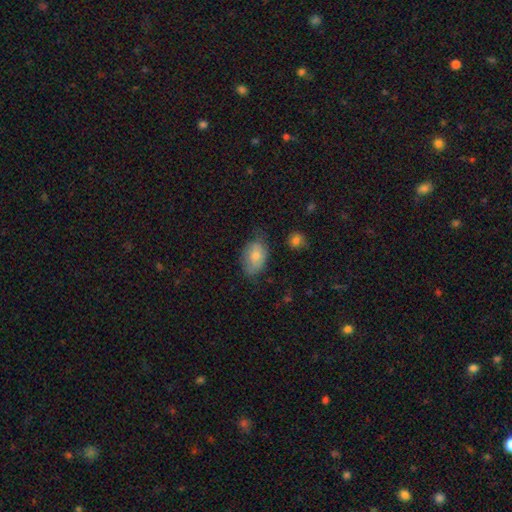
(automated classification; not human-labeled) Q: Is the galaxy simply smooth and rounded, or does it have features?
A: smooth — 71%.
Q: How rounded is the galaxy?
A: in between — 87%.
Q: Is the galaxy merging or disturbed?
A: none — 62%.